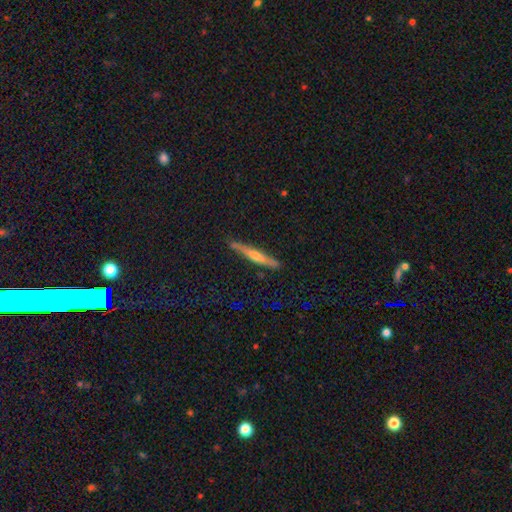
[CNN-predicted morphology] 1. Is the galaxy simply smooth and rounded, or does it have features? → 57% featured or disk, 33% smooth, 10% star or artifact.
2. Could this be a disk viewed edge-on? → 94% yes, 6% no.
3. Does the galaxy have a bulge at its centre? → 64% rounded, 26% none, 11% boxy.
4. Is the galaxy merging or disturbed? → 86% none, 11% minor disturbance, 2% major disturbance, 2% merger.